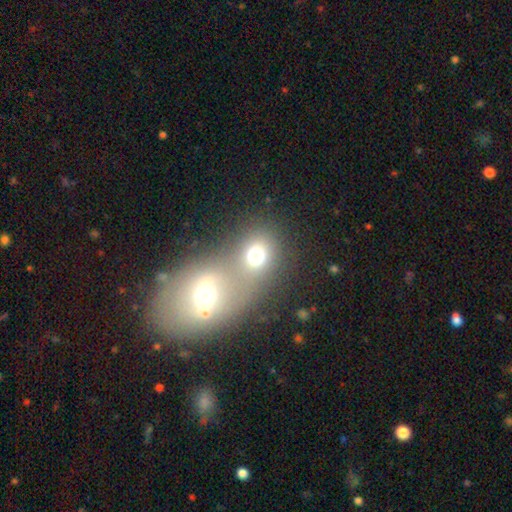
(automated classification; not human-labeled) A smooth galaxy with no disk features (70%) that is round (64%).

Vote fractions:
- Smooth or featured? smooth: 70% / star or artifact: 16% / featured or disk: 14%
- How rounded? round: 64% / in between: 34% / cigar-shaped: 1%
- Merging? merger: 57% / none: 32% / minor disturbance: 7% / major disturbance: 5%